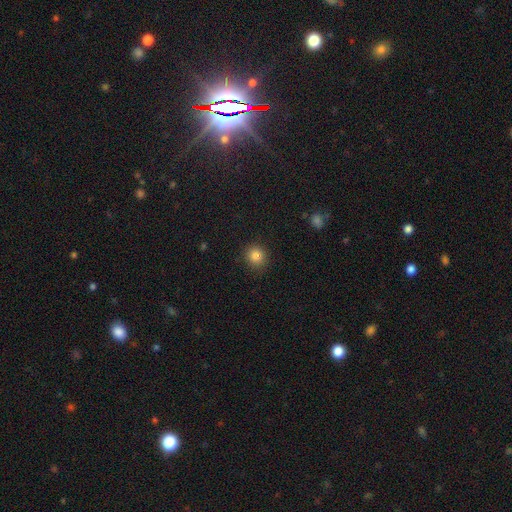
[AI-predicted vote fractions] Smooth or featured? Predicted: smooth (p=0.84). How rounded? Predicted: round (p=0.86). Merging? Predicted: none (p=0.89).